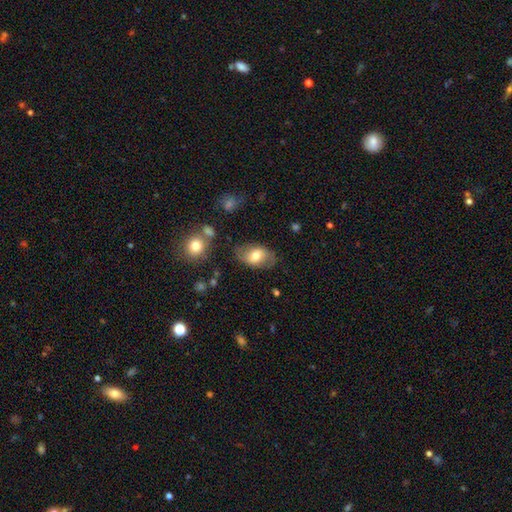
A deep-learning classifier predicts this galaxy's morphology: This is possibly a smooth galaxy (60%). How rounded: clearly in between (87%). Merging: likely none (74%).